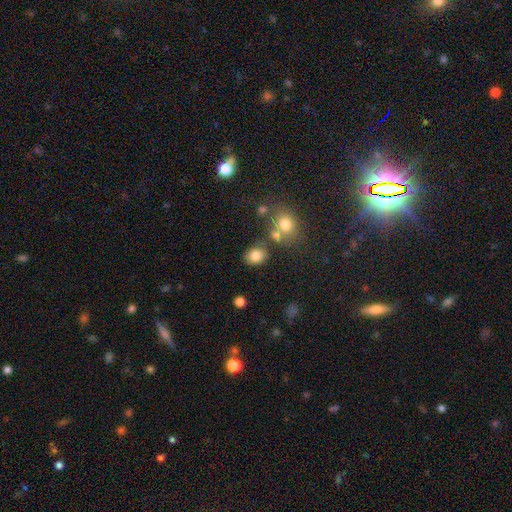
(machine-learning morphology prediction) Overall: smooth (81%). How rounded: round (57%; in between 42%). Merging: none (73%).